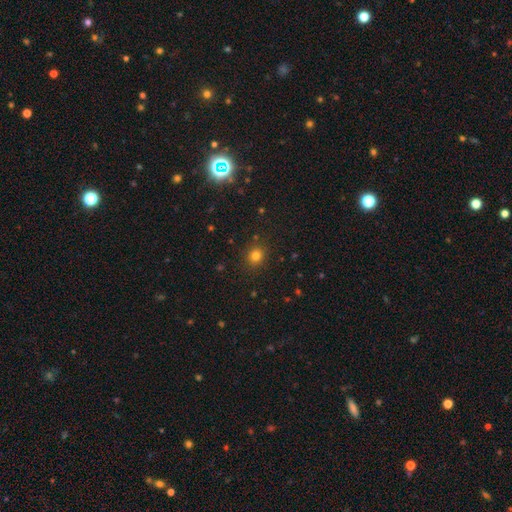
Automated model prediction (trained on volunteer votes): This is likely a smooth galaxy (79%). How rounded: clearly round (81%). Merging: clearly none (87%).